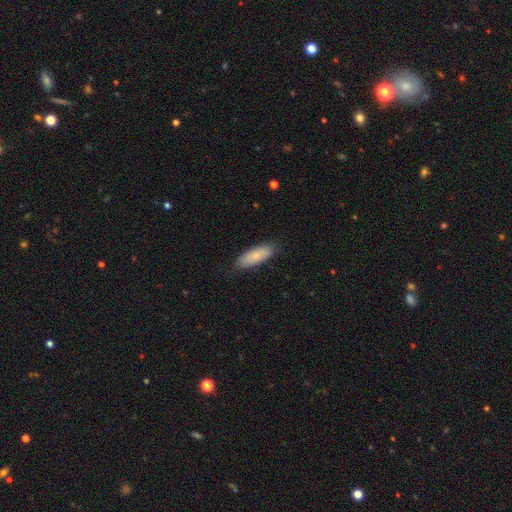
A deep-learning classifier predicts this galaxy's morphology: Smooth or featured: smooth — 80% (featured or disk — 14%)
How rounded: in between — 61% (cigar-shaped — 37%)
Merging: none — 82% (minor disturbance — 14%)